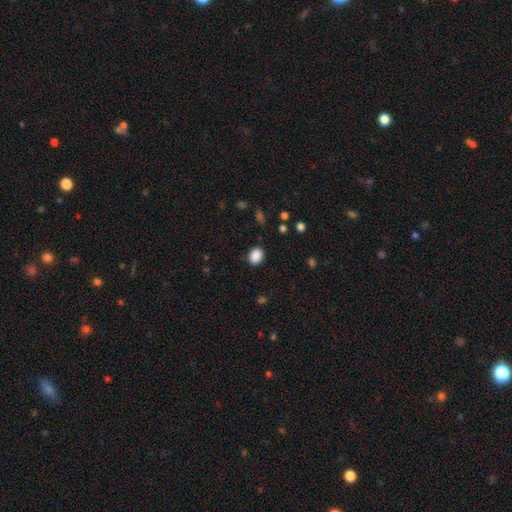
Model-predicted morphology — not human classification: A smooth galaxy with no disk features (88%) that is in between round and cigar-shaped (57%). Merging: none (87%).